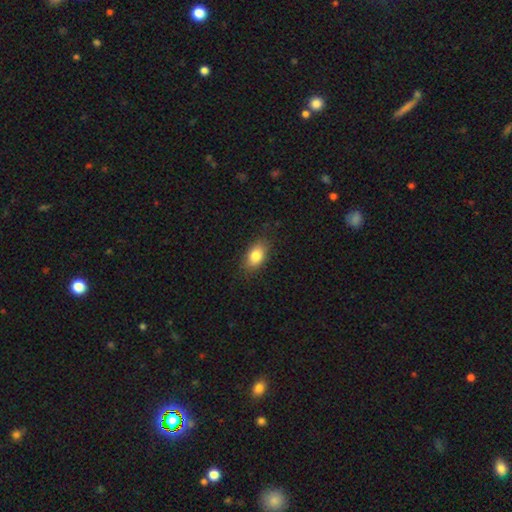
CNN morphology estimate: Smooth or featured? Predicted: smooth (p=0.83). How rounded? Predicted: in between (p=0.87). Merging? Predicted: none (p=0.83).